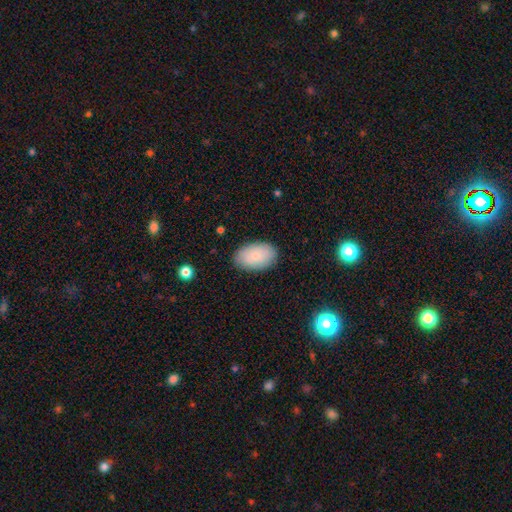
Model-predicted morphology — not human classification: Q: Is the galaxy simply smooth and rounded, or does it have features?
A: smooth — 84%.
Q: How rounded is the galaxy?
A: in between — 94%.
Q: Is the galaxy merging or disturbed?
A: none — 85%.